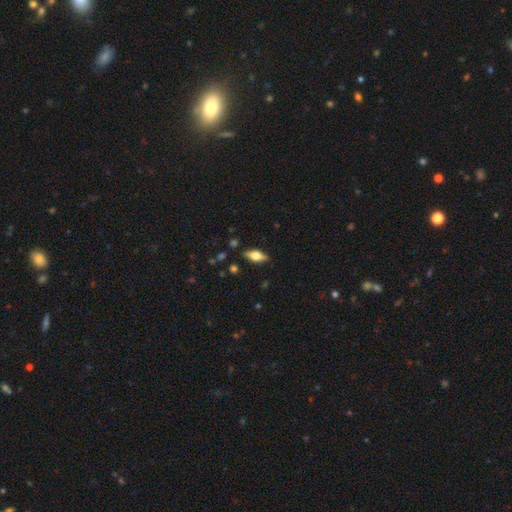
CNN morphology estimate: The model was most divided on "smooth or featured": featured or disk: 49%, smooth: 43%, star or artifact: 7%. More confident: merging — none (86%).